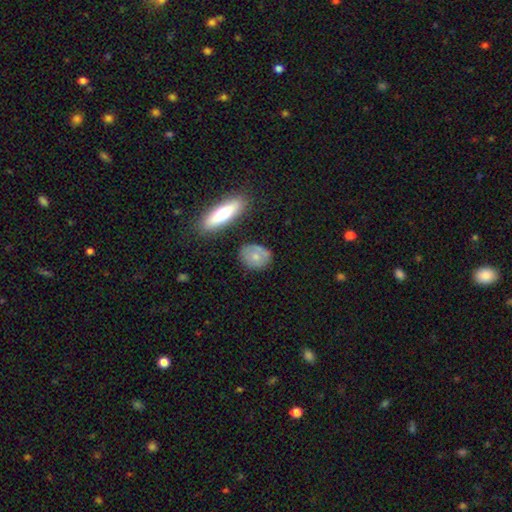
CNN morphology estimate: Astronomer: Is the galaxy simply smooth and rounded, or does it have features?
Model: smooth — 69%.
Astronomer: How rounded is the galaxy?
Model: in between — 54% (runner-up: round, 44%).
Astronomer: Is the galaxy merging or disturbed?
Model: none — 68%.